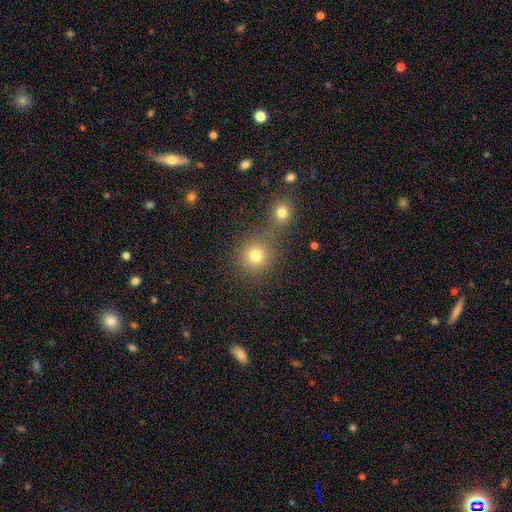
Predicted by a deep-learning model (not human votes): Overall: smooth (77%). How rounded: round (89%). Merging: none (64%; merger 26%).